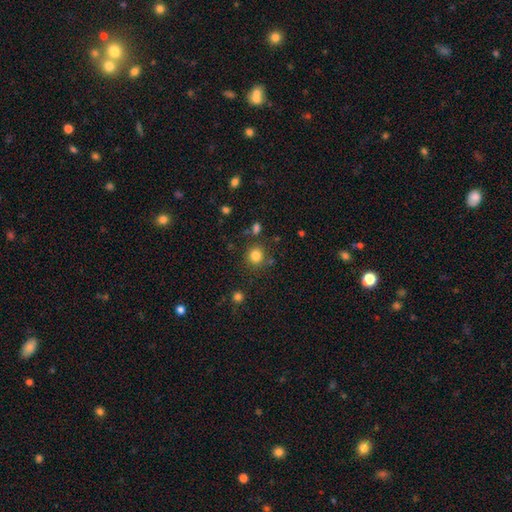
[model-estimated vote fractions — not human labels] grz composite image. It shows a smooth galaxy with no disk features (82%) that is round (90%). Merging: none (81%).